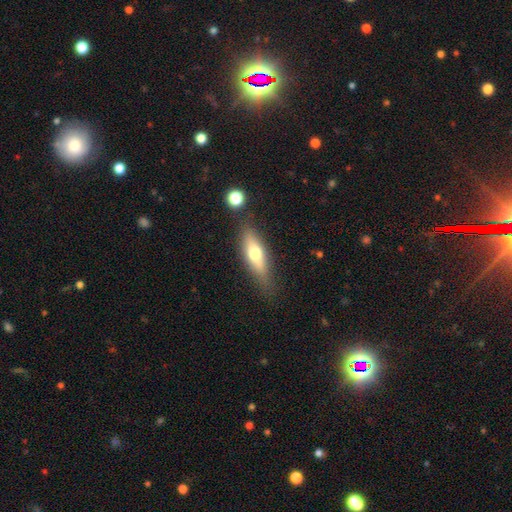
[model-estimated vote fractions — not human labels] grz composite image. It shows a smooth galaxy with no disk features (50%) that is cigar-shaped (60%). Merging: none (79%).